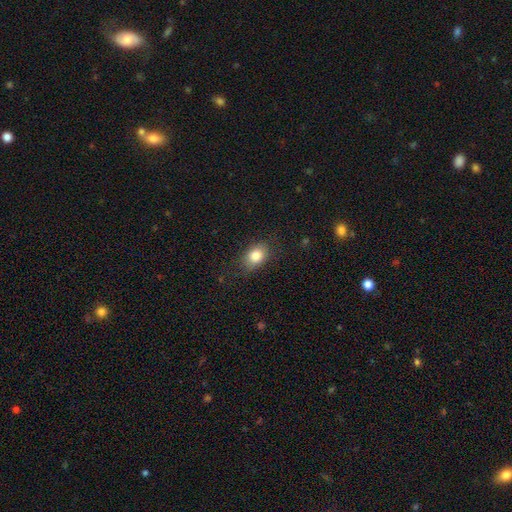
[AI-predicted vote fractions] smooth 82%, star or artifact 9%, featured or disk 9%. Down the decision tree: how rounded — in between (73%); merging — none (81%).